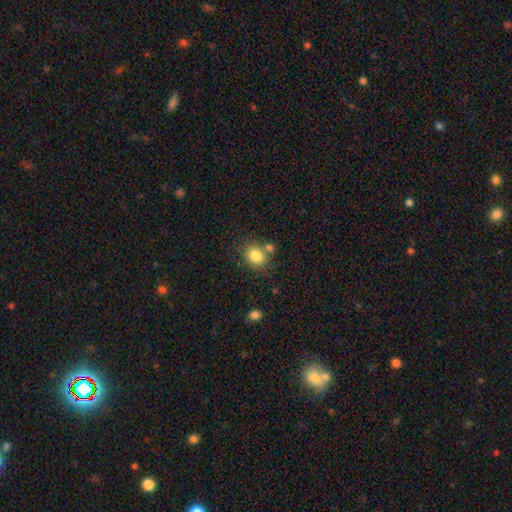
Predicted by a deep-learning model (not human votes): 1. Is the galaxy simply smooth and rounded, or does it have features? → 83% smooth, 10% star or artifact, 7% featured or disk.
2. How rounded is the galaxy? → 62% round, 37% in between, 1% cigar-shaped.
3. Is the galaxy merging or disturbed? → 66% none, 17% merger, 12% minor disturbance, 4% major disturbance.